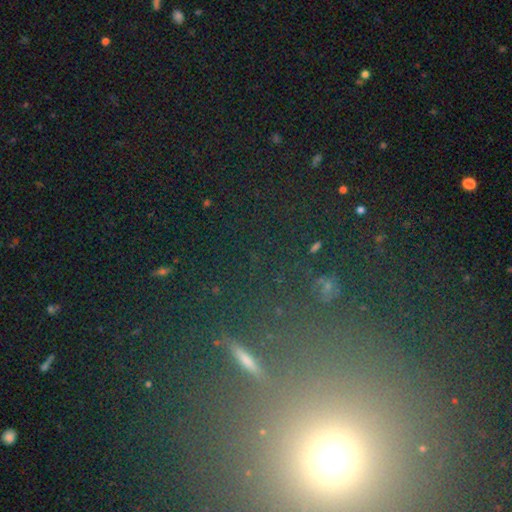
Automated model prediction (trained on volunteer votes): Smooth or featured: star or artifact — 62% (smooth — 22%)